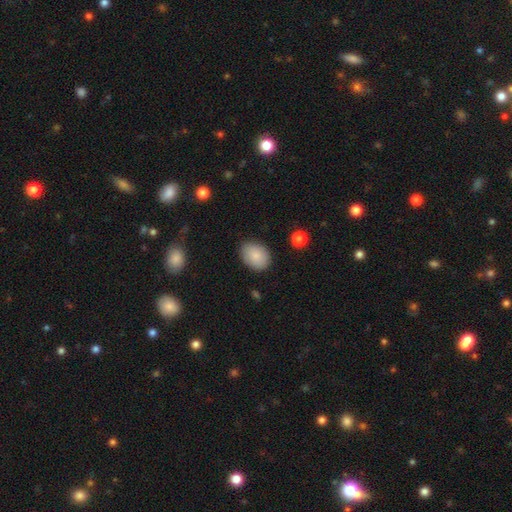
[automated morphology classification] The model was most divided on "how rounded": in between: 71%, round: 28%, cigar-shaped: 1%. More confident: smooth or featured — smooth (87%); merging — none (85%).